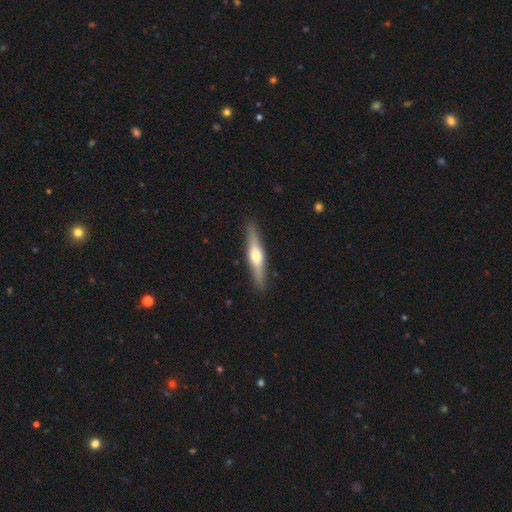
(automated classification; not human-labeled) featured or disk 59%, smooth 36%, star or artifact 5%. Down the decision tree: edge-on disk — yes (96%); edge-on bulge — rounded (91%); merging — none (90%).